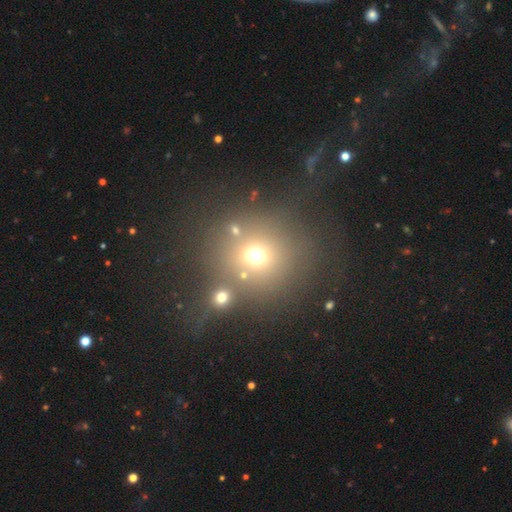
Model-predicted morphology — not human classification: Overall: smooth (64%). How rounded: round (87%). Merging: none (65%).